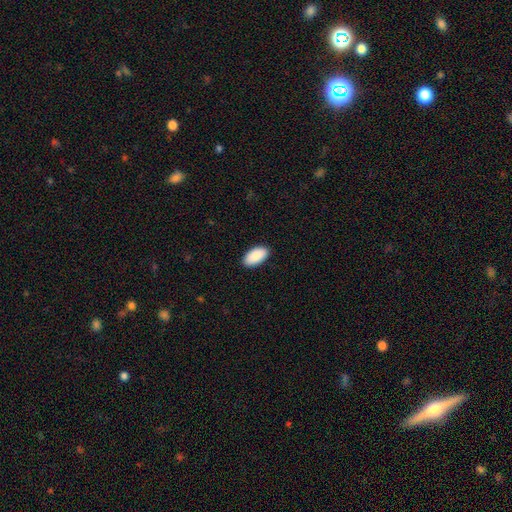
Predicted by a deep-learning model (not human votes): Smooth or featured? Predicted: smooth (p=0.91). How rounded? Predicted: in between (p=0.96). Merging? Predicted: none (p=0.90).